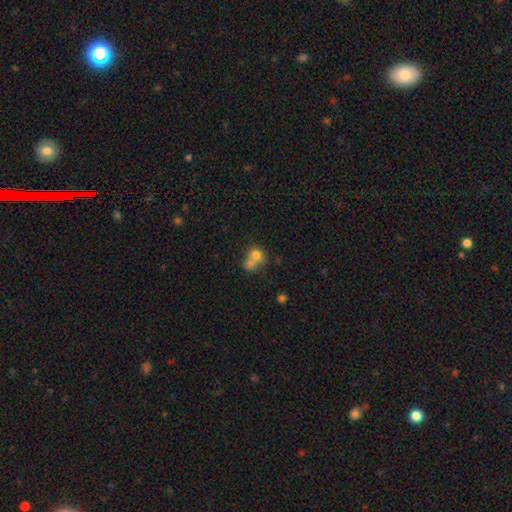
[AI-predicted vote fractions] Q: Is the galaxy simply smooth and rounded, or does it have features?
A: smooth — 72%.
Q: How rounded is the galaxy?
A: round — 63%.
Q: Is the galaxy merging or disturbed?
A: merger — 62%.